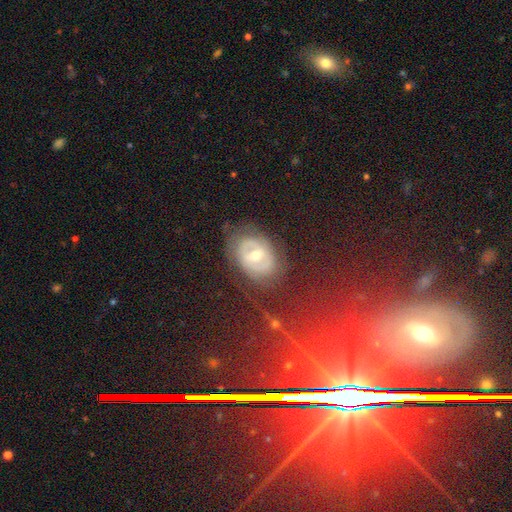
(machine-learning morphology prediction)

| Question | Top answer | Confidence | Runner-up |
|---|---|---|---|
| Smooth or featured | featured or disk | 64% | smooth (22%) |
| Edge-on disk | no | 94% | yes (6%) |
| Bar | weak | 41% | no (37%) |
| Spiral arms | yes | 56% | no (44%) |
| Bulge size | moderate | 59% | small (36%) |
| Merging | none | 74% | minor disturbance (17%) |